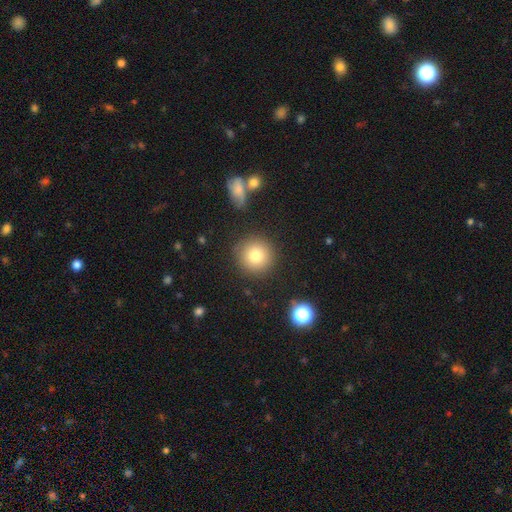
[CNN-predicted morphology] A smooth galaxy with no disk features (79%) that is round (94%). Merging: none (87%).